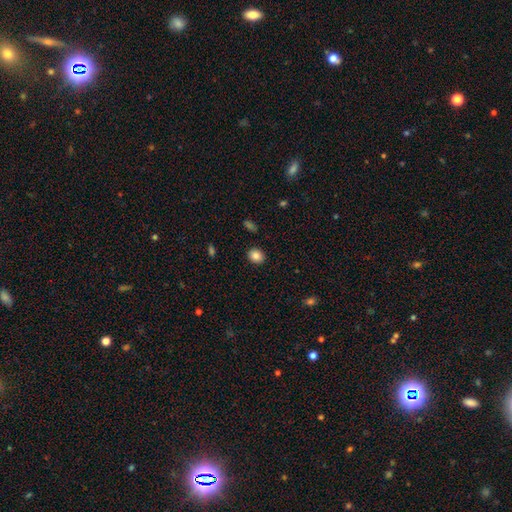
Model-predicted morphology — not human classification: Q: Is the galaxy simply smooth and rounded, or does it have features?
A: smooth — 85%.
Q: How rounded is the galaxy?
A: round — 60%.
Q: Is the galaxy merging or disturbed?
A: none — 89%.